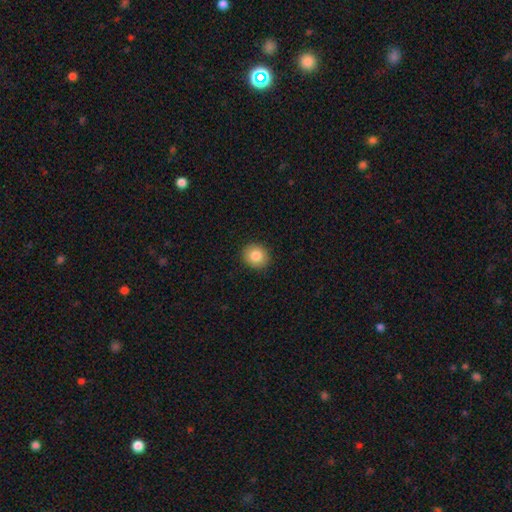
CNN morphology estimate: smooth-or-featured: smooth: 84% | star or artifact: 9% | featured or disk: 7%
  how-rounded: round: 81% | in between: 18% | cigar-shaped: 1%
  merging: none: 91% | minor disturbance: 6% | major disturbance: 2% | merger: 1%